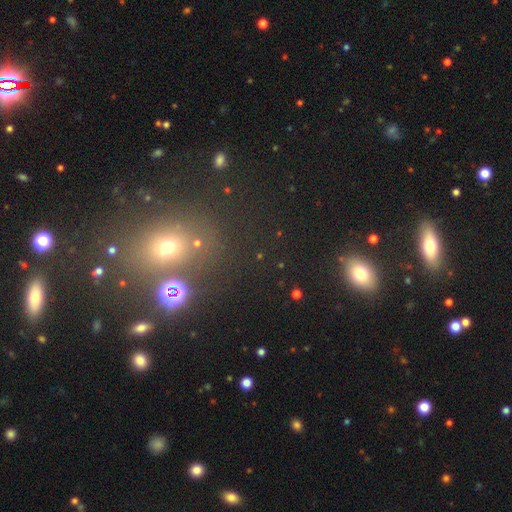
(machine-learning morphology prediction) Smooth or featured? Predicted: smooth (p=0.49). Merging? Predicted: none (p=0.70).